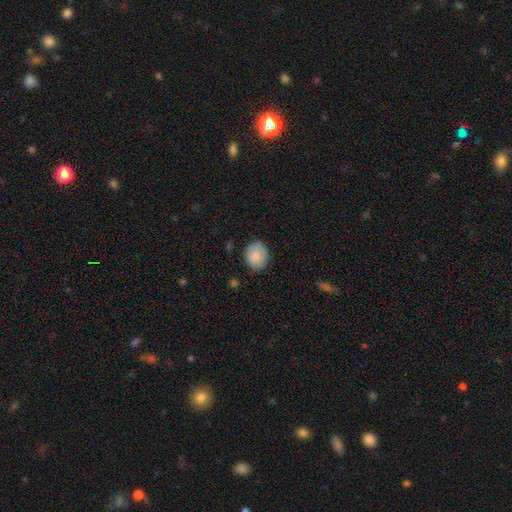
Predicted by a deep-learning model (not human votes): smooth-or-featured: smooth: 86% | star or artifact: 7% | featured or disk: 7%
  how-rounded: round: 69% | in between: 30% | cigar-shaped: 1%
  merging: none: 76% | minor disturbance: 18% | major disturbance: 4% | merger: 2%